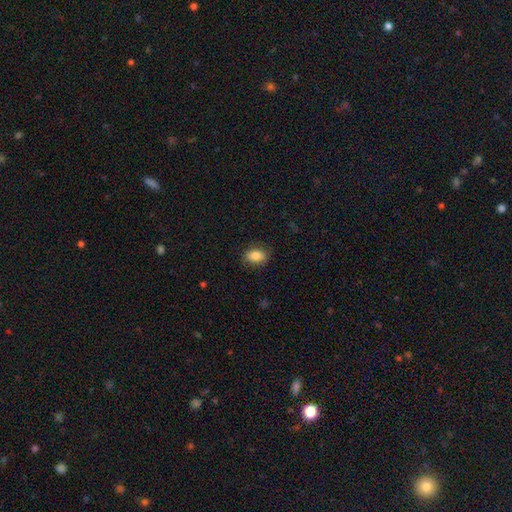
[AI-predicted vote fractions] Smooth or featured? smooth (83%)
How rounded? in between (82%)
Merging? none (83%)